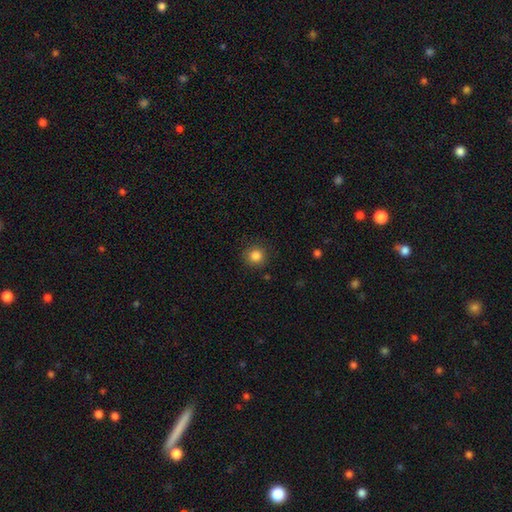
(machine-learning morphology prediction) A smooth galaxy with no disk features (83%) that is round (92%). Merging: none (88%).